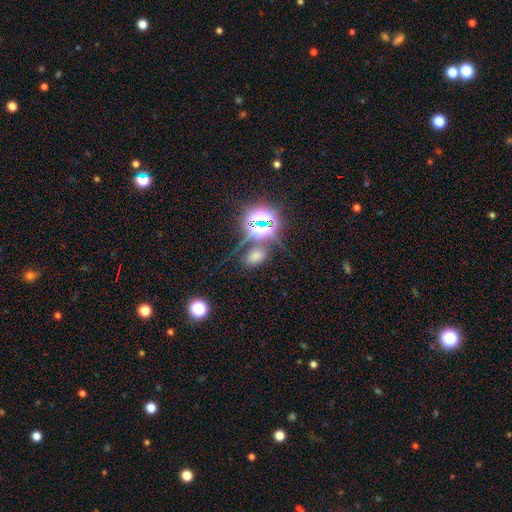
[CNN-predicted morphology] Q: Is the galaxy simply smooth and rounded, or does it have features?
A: smooth — 51%.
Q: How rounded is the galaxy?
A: in between — 77%.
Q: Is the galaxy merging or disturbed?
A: none — 65%.